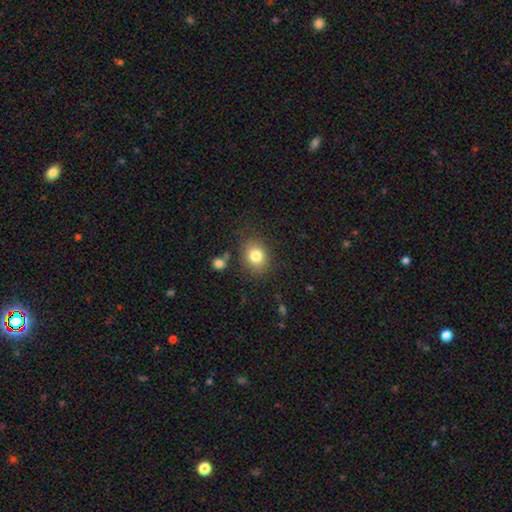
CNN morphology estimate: The model was most divided on "how rounded": round: 53%, in between: 46%, cigar-shaped: 1%. More confident: smooth or featured — smooth (81%); merging — none (81%).